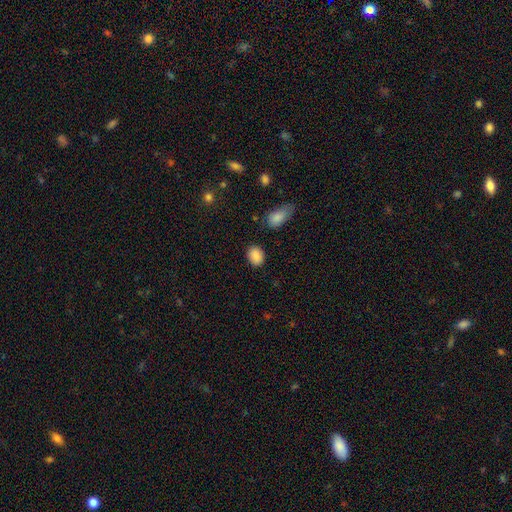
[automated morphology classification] Smooth or featured?
  - smooth: 88% *
  - star or artifact: 8%
  - featured or disk: 4%
How rounded?
  - in between: 65% *
  - round: 34%
  - cigar-shaped: 1%
Merging?
  - none: 84% *
  - minor disturbance: 10%
  - major disturbance: 3%
  - merger: 3%